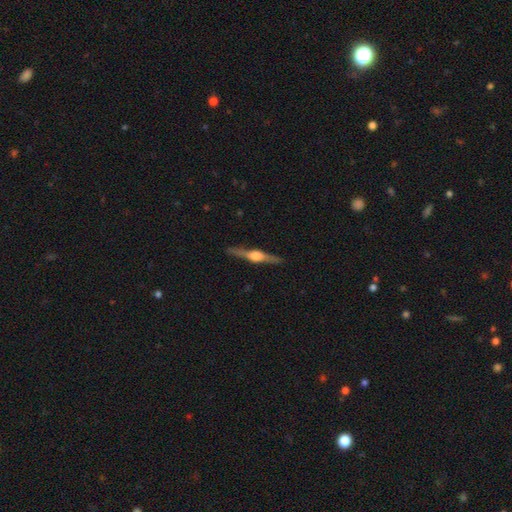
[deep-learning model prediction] This appears to be a featured or disk galaxy (82%) viewed edge-on (98%) with a rounded central bulge (92%). Merging: none (90%).